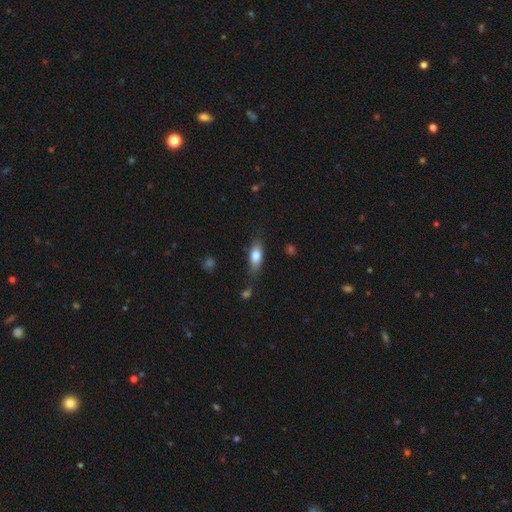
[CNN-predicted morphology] type=smooth (72%); roundness=in between (68%); merging=none (72%).